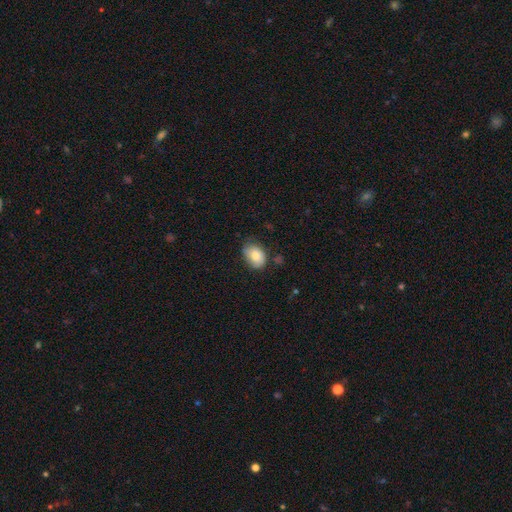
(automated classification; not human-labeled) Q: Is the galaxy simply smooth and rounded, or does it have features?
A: smooth — 80%.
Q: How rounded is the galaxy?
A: in between — 77%.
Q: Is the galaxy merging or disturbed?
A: none — 66%.